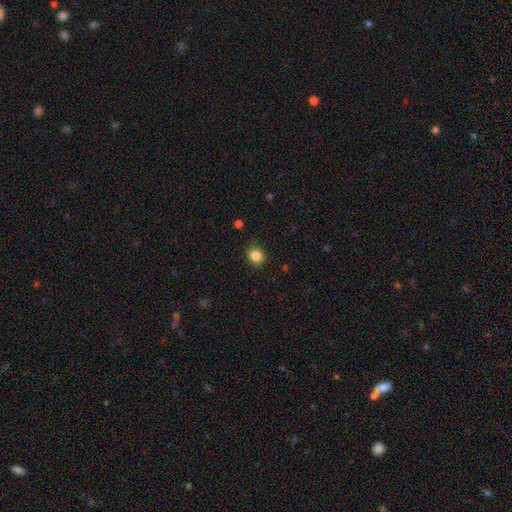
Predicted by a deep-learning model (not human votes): Smooth or featured: smooth — 86% (star or artifact — 10%)
How rounded: round — 72% (in between — 27%)
Merging: none — 85% (minor disturbance — 11%)